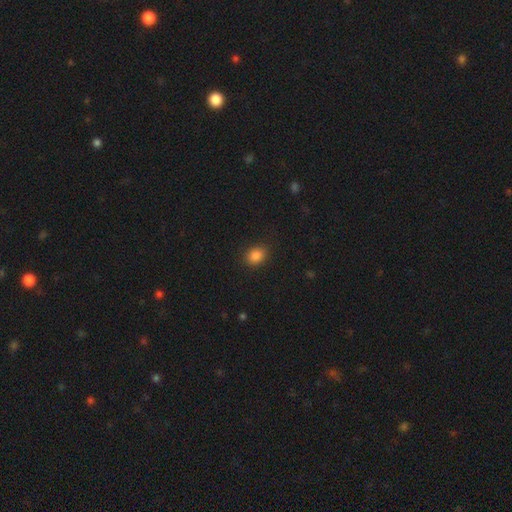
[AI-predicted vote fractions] This appears to be a smooth galaxy with no disk features (85%) that is round (50%). Merging: none (87%).